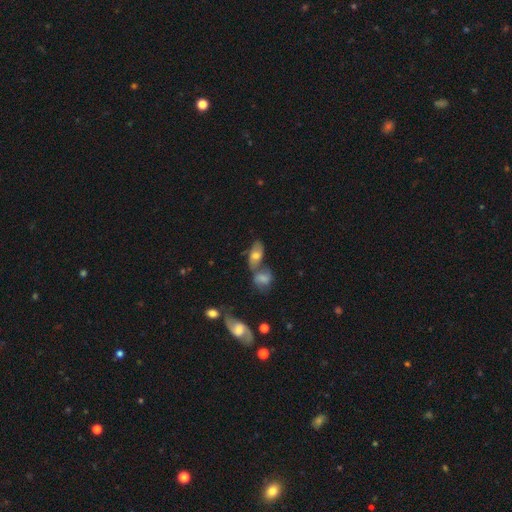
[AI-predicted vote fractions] Morphology: type=smooth (55%); roundness=in between (85%); merging=merger (43%).